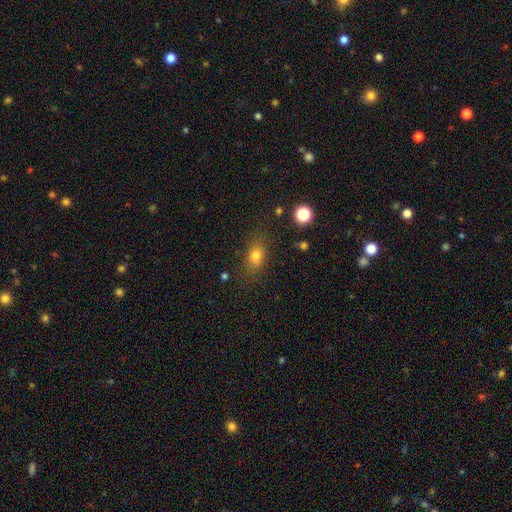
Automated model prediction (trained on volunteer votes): Q: Smooth or featured?
A: smooth (76%); runner-up: star or artifact (13%)
Q: How rounded?
A: in between (73%); runner-up: round (20%)
Q: Merging?
A: none (79%); runner-up: minor disturbance (14%)